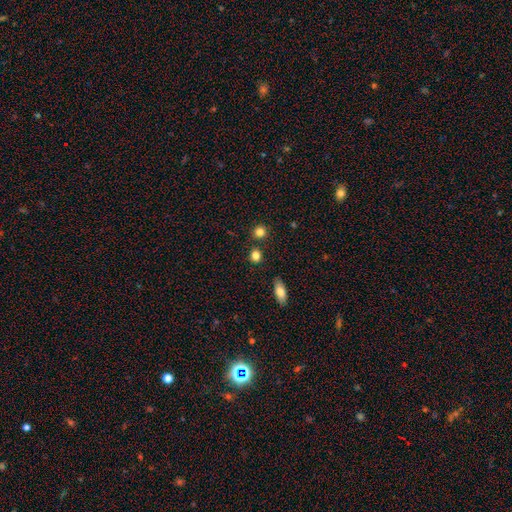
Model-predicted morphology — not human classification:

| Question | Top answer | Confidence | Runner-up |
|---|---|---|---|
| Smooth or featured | smooth | 84% | star or artifact (11%) |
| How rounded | round | 81% | in between (18%) |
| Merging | none | 82% | merger (8%) |